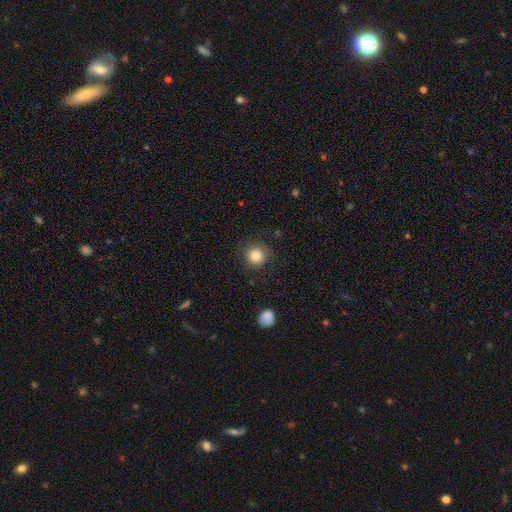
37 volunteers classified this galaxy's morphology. type=smooth (84%); roundness=round (90%); merging=none (77%).